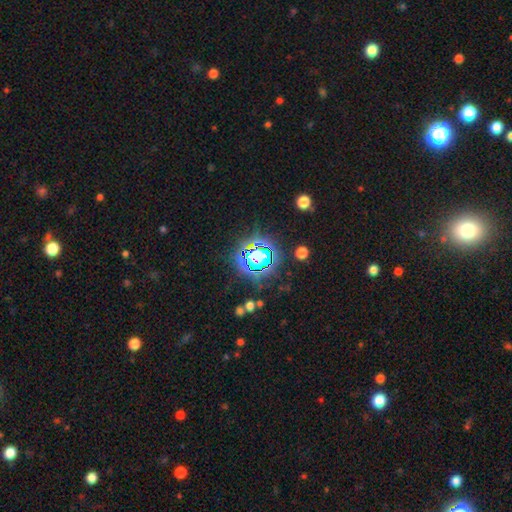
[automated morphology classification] type=star or artifact (70%).